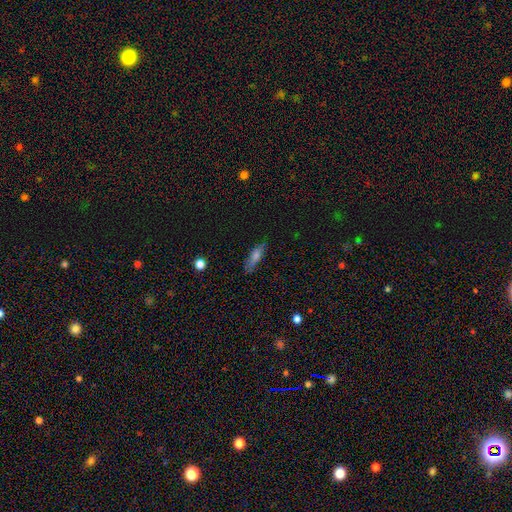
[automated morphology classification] A smooth galaxy with no disk features (52%) that is cigar-shaped (64%). Merging: none (81%).